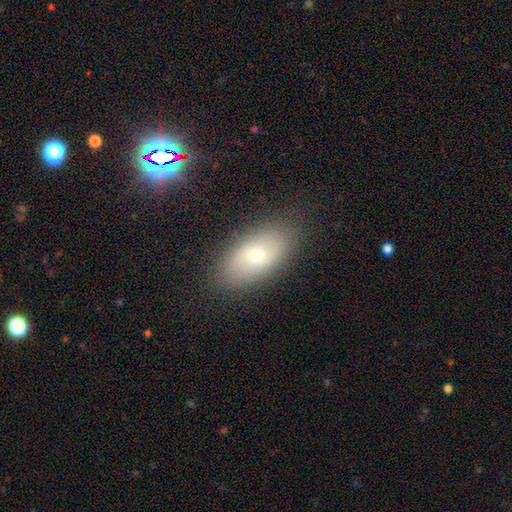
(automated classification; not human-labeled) A smooth galaxy with no disk features (68%) that is in between round and cigar-shaped (91%).

Vote fractions:
- Smooth or featured? smooth: 68% / featured or disk: 21% / star or artifact: 11%
- How rounded? in between: 91% / round: 5% / cigar-shaped: 4%
- Merging? none: 86% / minor disturbance: 10% / major disturbance: 3% / merger: 1%